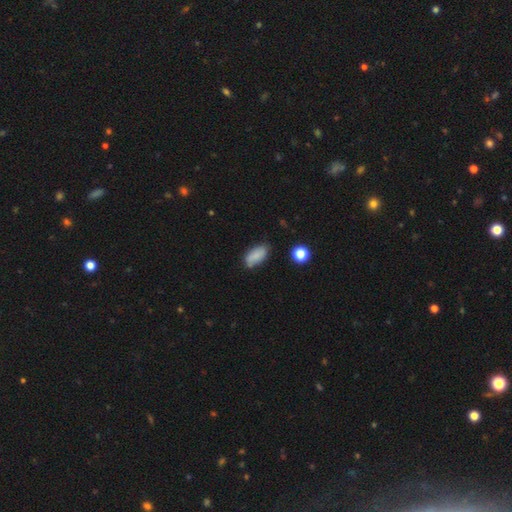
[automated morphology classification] smooth_or_featured: smooth (p=0.81) [alt: featured or disk p=0.10]
how_rounded: in between (p=0.89) [alt: cigar-shaped p=0.07]
merging: none (p=0.70) [alt: minor disturbance p=0.22]